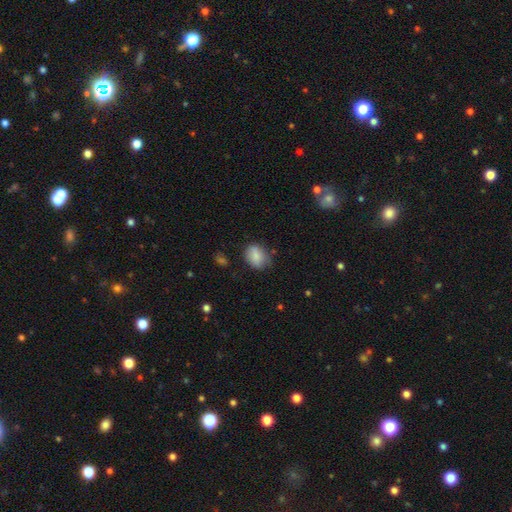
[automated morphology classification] Smooth or featured?
  - smooth: 81% *
  - featured or disk: 11%
  - star or artifact: 8%
How rounded?
  - in between: 67% *
  - round: 31%
  - cigar-shaped: 1%
Merging?
  - none: 62% *
  - minor disturbance: 28%
  - major disturbance: 7%
  - merger: 3%